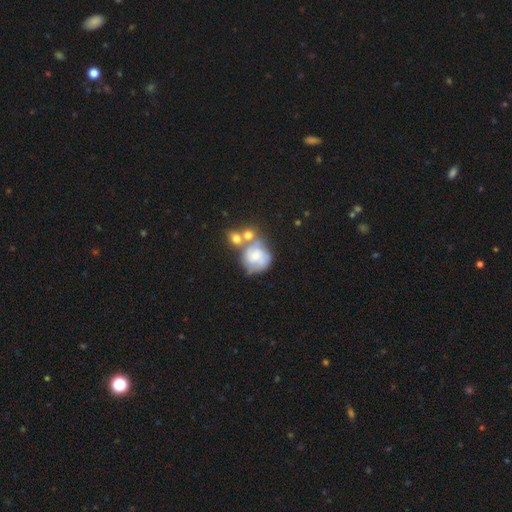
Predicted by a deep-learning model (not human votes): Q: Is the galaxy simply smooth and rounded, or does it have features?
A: featured or disk — 54%.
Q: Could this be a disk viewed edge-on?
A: no — 97%.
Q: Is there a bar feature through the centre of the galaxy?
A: no — 74%.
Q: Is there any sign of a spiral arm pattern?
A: yes — 66%.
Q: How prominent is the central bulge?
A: small — 48%.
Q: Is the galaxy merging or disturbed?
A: merger — 41%.